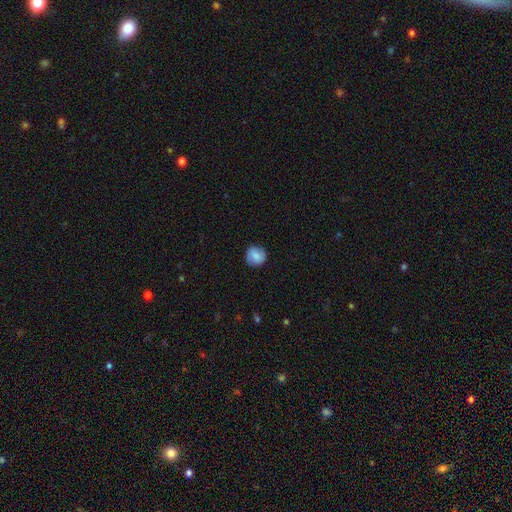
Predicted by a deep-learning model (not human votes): The model was most divided on "smooth or featured": smooth: 72%, featured or disk: 20%, star or artifact: 8%. More confident: how rounded — round (87%); merging — none (84%).